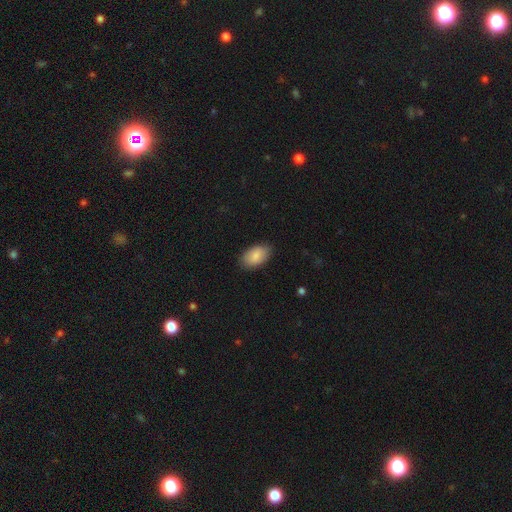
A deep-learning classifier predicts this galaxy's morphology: type=smooth (86%); roundness=in between (93%); merging=none (86%).